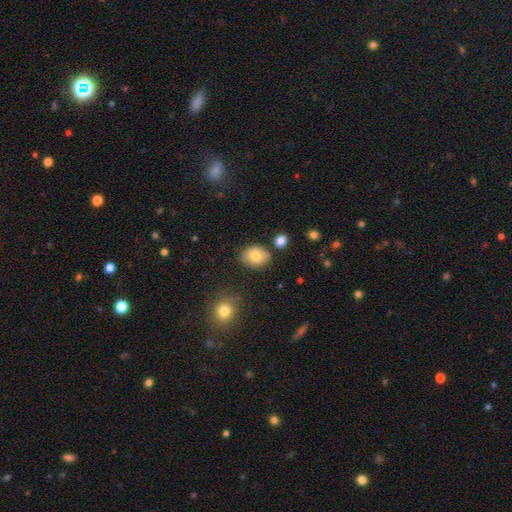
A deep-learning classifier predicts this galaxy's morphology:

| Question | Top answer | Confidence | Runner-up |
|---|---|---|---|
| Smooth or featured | smooth | 78% | featured or disk (12%) |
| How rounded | in between | 63% | round (36%) |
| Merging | none | 78% | minor disturbance (14%) |